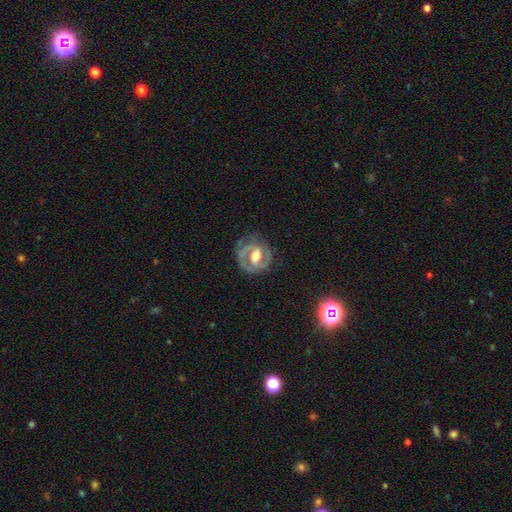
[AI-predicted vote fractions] Overall: featured or disk (82%). Edge-on disk: no (97%). Bar: weak (44%; strong 36%). Spiral arms: yes (89%). Spiral arm count: 2 (78%). Spiral winding: tight (50%; medium 40%). Bulge size: moderate (63%). Merging: none (73%).